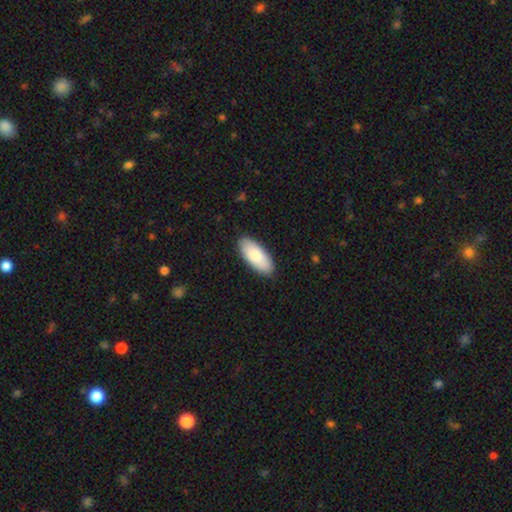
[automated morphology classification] Overall: smooth (87%). How rounded: in between (87%). Merging: none (89%).